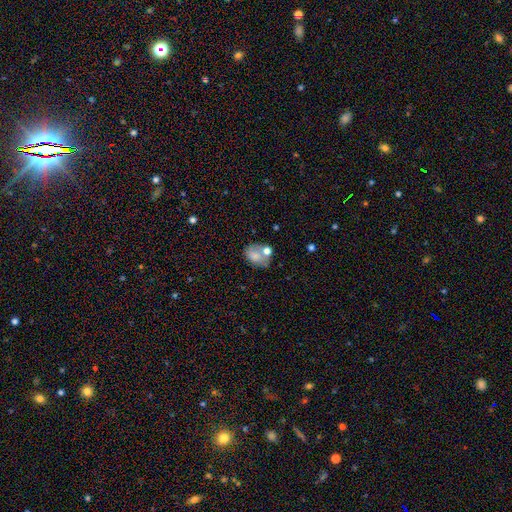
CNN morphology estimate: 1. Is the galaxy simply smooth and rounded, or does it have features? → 71% smooth, 20% featured or disk, 10% star or artifact.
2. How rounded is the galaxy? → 68% in between, 31% round, 1% cigar-shaped.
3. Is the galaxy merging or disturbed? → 43% none, 26% merger, 21% minor disturbance, 10% major disturbance.